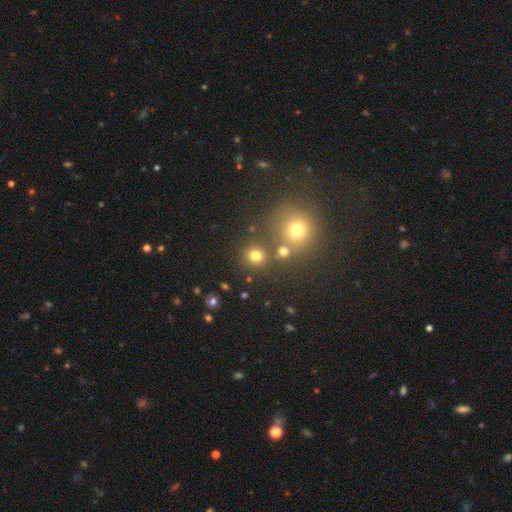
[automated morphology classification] A smooth galaxy with no disk features (74%) that is round (90%).

Vote fractions:
- Smooth or featured? smooth: 74% / star or artifact: 20% / featured or disk: 6%
- How rounded? round: 90% / in between: 9% / cigar-shaped: 1%
- Merging? none: 77% / merger: 13% / minor disturbance: 7% / major disturbance: 3%